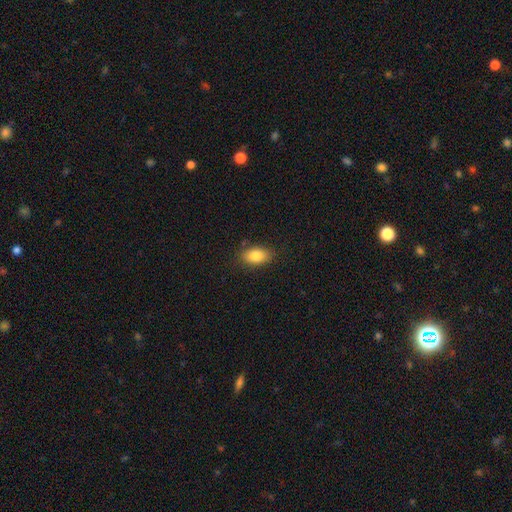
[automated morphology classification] Smooth or featured?
  - smooth: 85% *
  - star or artifact: 8%
  - featured or disk: 7%
How rounded?
  - in between: 89% *
  - round: 8%
  - cigar-shaped: 3%
Merging?
  - none: 82% *
  - minor disturbance: 13%
  - major disturbance: 3%
  - merger: 1%